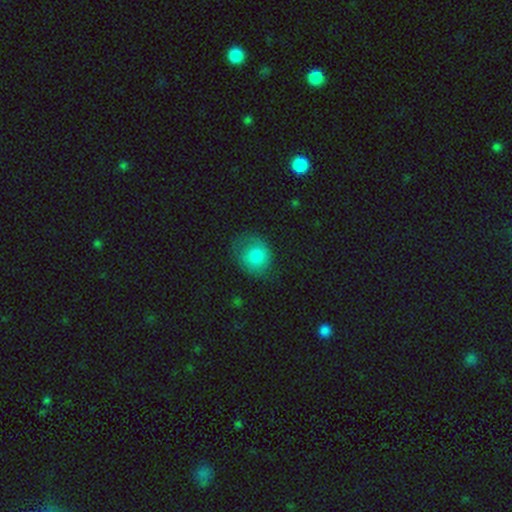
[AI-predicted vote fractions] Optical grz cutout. It shows a smooth galaxy with no disk features (78%) that is round (62%). Merging: none (60%).